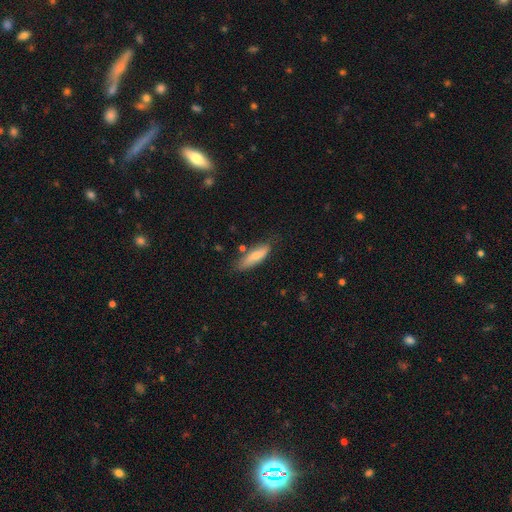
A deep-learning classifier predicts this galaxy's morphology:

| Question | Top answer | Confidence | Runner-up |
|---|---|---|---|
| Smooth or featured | smooth | 76% | featured or disk (18%) |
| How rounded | cigar-shaped | 49% | tied: in between (49%) |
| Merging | none | 73% | minor disturbance (20%) |